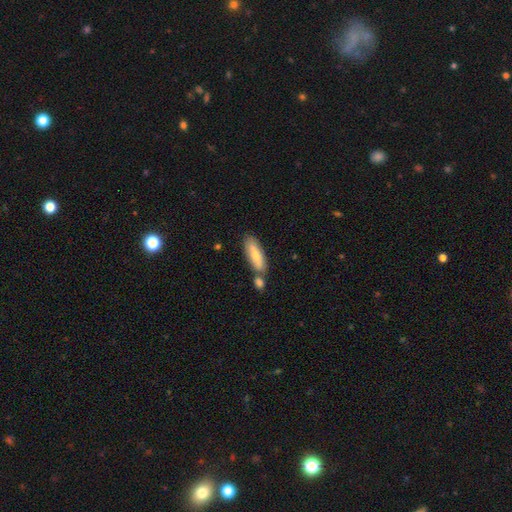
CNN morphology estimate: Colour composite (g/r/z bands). It shows a smooth galaxy with no disk features (70%) that is in between round and cigar-shaped (56%). Merging: none (57%).